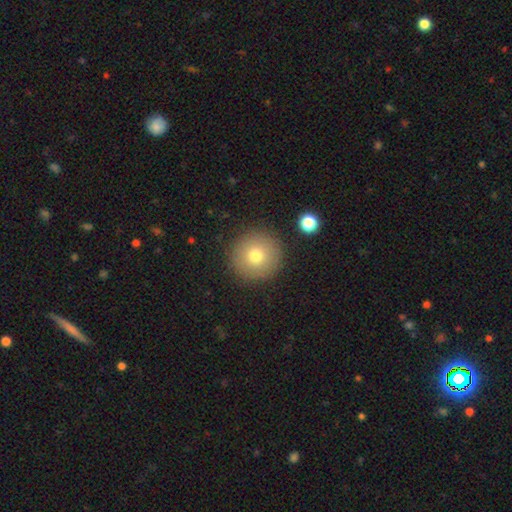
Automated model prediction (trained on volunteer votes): Morphology: type=smooth (75%); roundness=round (96%); merging=none (89%).